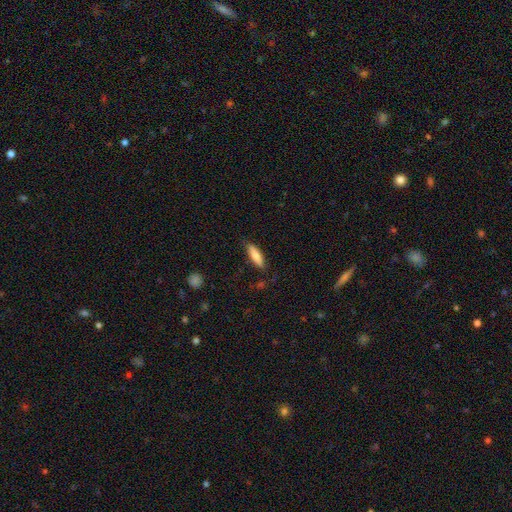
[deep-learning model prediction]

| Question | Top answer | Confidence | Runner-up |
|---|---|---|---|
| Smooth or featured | smooth | 77% | featured or disk (17%) |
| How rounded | cigar-shaped | 55% | in between (43%) |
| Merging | none | 83% | minor disturbance (13%) |